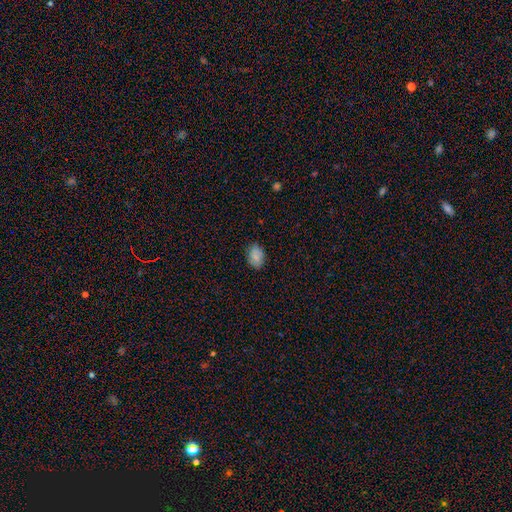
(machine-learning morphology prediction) Q: Smooth or featured?
A: smooth (83%); runner-up: star or artifact (9%)
Q: How rounded?
A: in between (84%); runner-up: round (15%)
Q: Merging?
A: none (81%); runner-up: minor disturbance (15%)